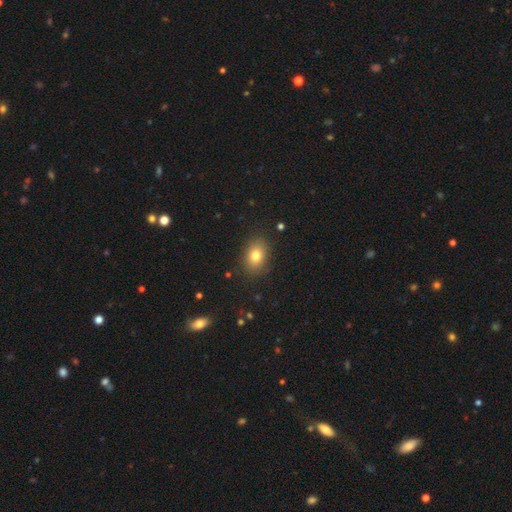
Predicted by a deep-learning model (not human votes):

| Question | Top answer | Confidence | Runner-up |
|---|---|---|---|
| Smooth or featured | smooth | 80% | star or artifact (10%) |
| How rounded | in between | 72% | round (26%) |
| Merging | none | 85% | minor disturbance (10%) |